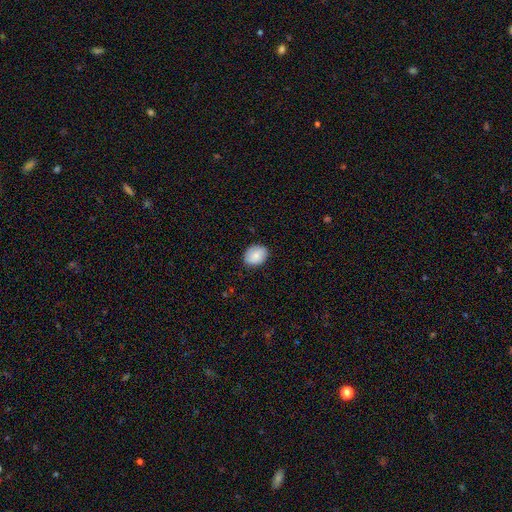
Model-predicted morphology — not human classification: A smooth galaxy with no disk features (83%) that is in between round and cigar-shaped (57%).

Vote fractions:
- Smooth or featured? smooth: 83% / featured or disk: 10% / star or artifact: 7%
- How rounded? in between: 57% / round: 42% / cigar-shaped: 1%
- Merging? none: 85% / minor disturbance: 12% / major disturbance: 2% / merger: 1%